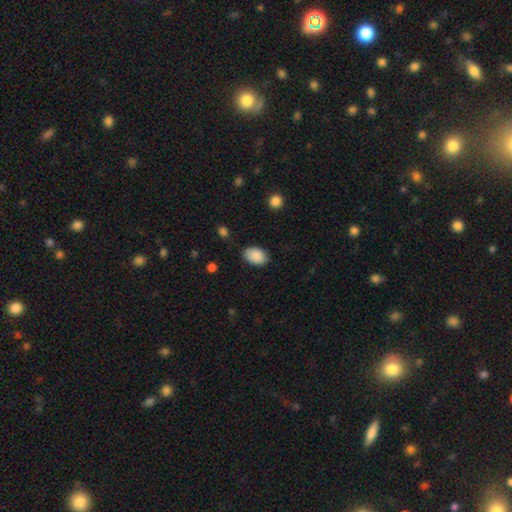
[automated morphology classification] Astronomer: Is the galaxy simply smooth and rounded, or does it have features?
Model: smooth — 90%.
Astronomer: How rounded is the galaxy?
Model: in between — 88%.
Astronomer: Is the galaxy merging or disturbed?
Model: none — 84%.